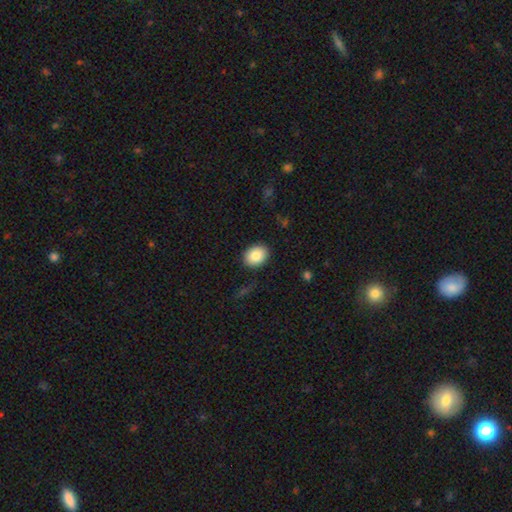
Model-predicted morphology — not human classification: smooth 86%, star or artifact 7%, featured or disk 7%. Down the decision tree: how rounded — in between (62%); merging — none (88%).